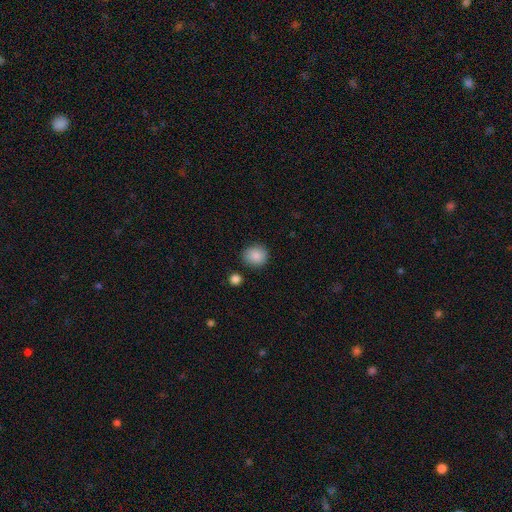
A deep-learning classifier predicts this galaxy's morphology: A smooth galaxy with no disk features (88%) that is round (84%). Merging: none (85%).